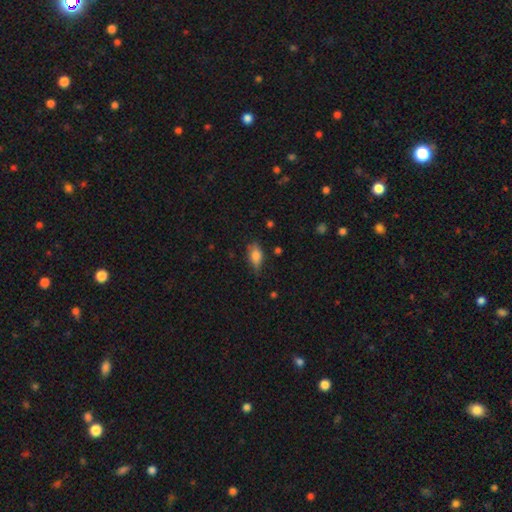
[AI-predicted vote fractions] Q: Smooth or featured?
A: smooth (81%); runner-up: featured or disk (11%)
Q: How rounded?
A: in between (87%); runner-up: cigar-shaped (8%)
Q: Merging?
A: none (59%); runner-up: minor disturbance (32%)